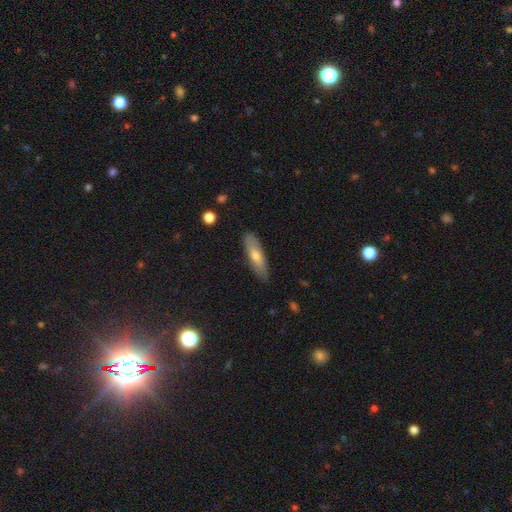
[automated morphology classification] Smooth or featured?
  - smooth: 61% *
  - featured or disk: 32%
  - star or artifact: 7%
How rounded?
  - cigar-shaped: 58% *
  - in between: 40%
  - round: 2%
Merging?
  - none: 84% *
  - minor disturbance: 13%
  - major disturbance: 2%
  - merger: 1%